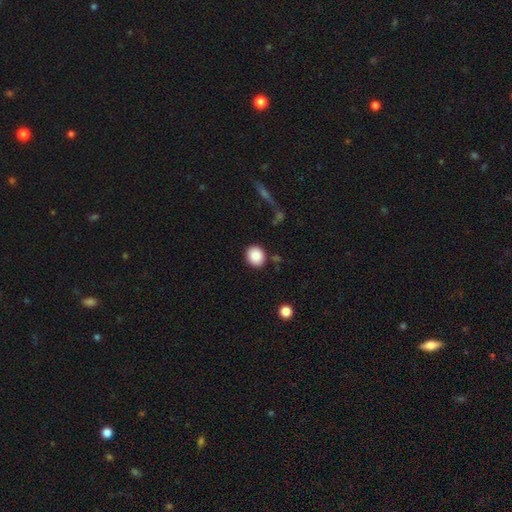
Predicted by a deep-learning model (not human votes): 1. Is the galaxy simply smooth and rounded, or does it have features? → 88% smooth, 8% star or artifact, 4% featured or disk.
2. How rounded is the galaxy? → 73% round, 26% in between, 1% cigar-shaped.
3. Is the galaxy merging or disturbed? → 86% none, 9% minor disturbance, 3% major disturbance, 3% merger.